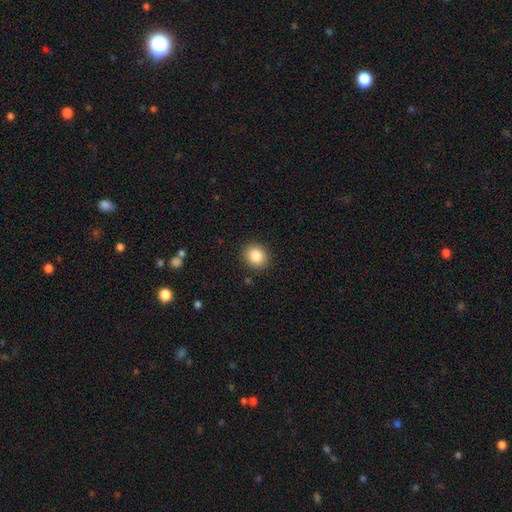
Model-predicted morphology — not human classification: This is clearly a smooth galaxy (86%). How rounded: likely round (71%). Merging: clearly none (89%).